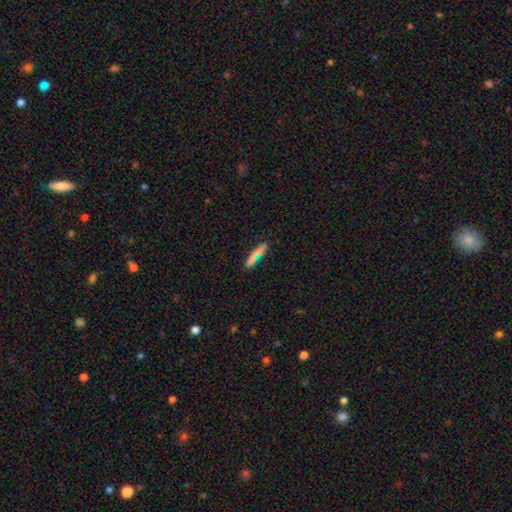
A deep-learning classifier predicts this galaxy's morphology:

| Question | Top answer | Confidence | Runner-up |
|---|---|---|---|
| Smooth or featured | smooth | 77% | featured or disk (14%) |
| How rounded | cigar-shaped | 88% | in between (10%) |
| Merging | none | 81% | minor disturbance (12%) |